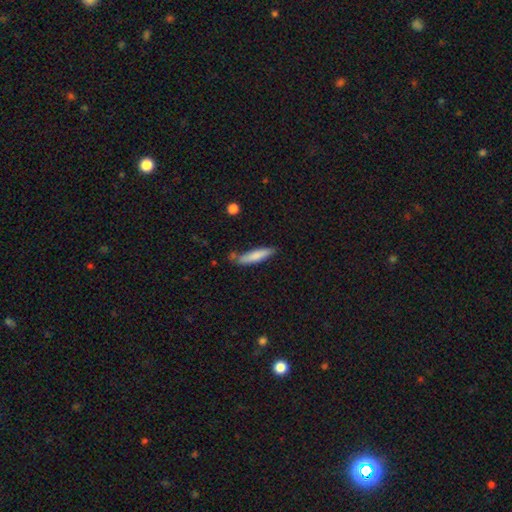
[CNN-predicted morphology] Q: Smooth or featured?
A: smooth (79%); runner-up: featured or disk (16%)
Q: How rounded?
A: cigar-shaped (82%); runner-up: in between (17%)
Q: Merging?
A: none (74%); runner-up: minor disturbance (17%)